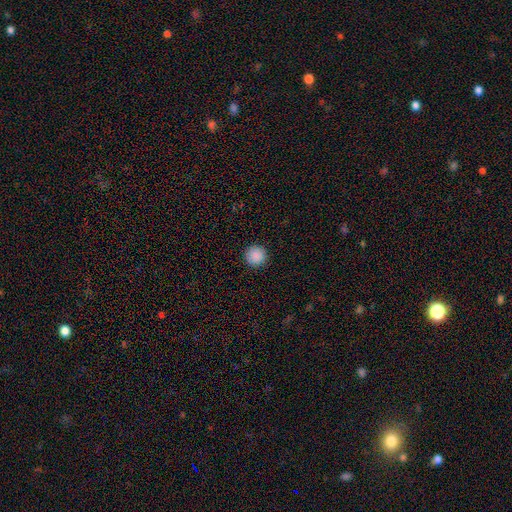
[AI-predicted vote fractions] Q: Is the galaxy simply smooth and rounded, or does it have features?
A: smooth — 89%.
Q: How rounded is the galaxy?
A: round — 96%.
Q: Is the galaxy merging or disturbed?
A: none — 92%.